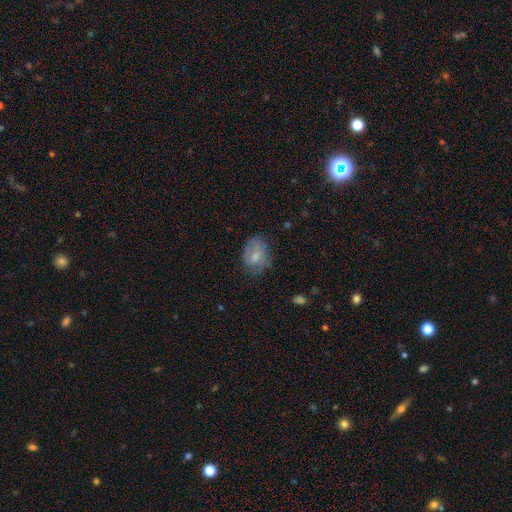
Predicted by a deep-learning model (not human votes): Smooth or featured?
  - smooth: 59% *
  - featured or disk: 32%
  - star or artifact: 9%
How rounded?
  - in between: 68% *
  - round: 31%
  - cigar-shaped: 1%
Merging?
  - none: 57% *
  - minor disturbance: 27%
  - major disturbance: 14%
  - merger: 2%